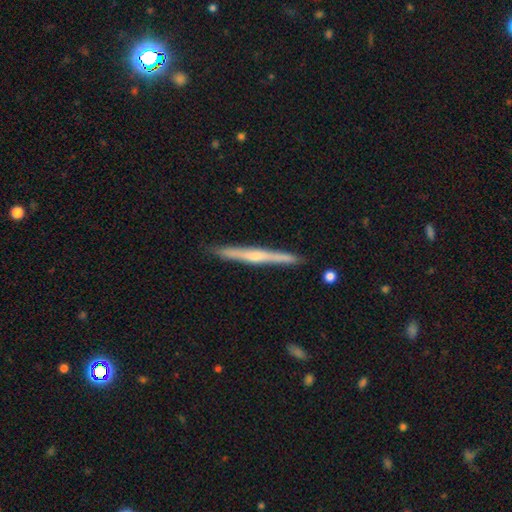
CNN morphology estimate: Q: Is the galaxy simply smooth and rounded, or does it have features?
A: featured or disk — 67%.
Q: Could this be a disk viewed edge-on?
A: yes — 98%.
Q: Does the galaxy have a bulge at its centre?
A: rounded — 67%.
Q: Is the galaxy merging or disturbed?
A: none — 90%.